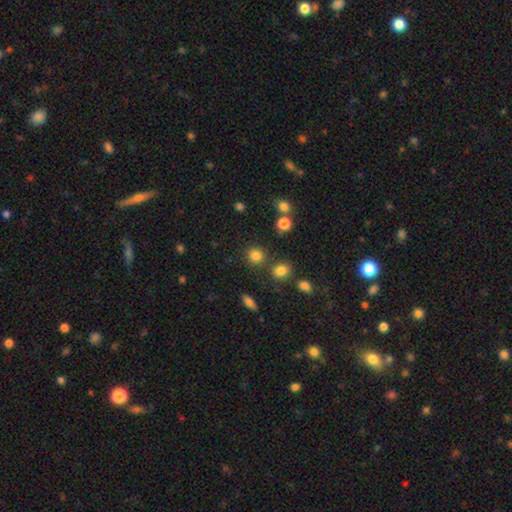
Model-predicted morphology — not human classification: This appears to be a smooth galaxy with no disk features (82%) that is round (87%). Merging: none (79%).